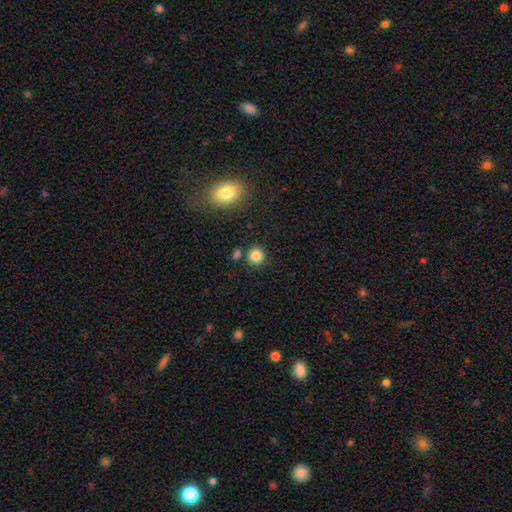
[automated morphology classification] Smooth or featured?
  - smooth: 84% *
  - star or artifact: 11%
  - featured or disk: 4%
How rounded?
  - round: 92% *
  - in between: 7%
  - cigar-shaped: 1%
Merging?
  - none: 82% *
  - minor disturbance: 8%
  - merger: 7%
  - major disturbance: 3%